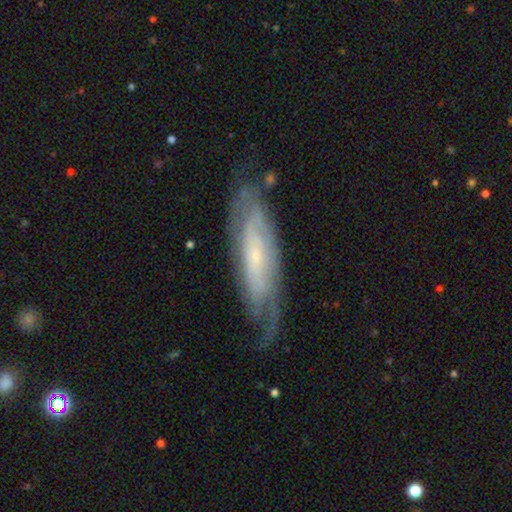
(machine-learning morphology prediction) This is likely a featured or disk galaxy (75%). It is likely not viewed edge-on (74%). Bar: likely no (62%). Spiral arm pattern: clearly yes (89%). Central bulge: likely small (70%). Merging: likely none (67%).